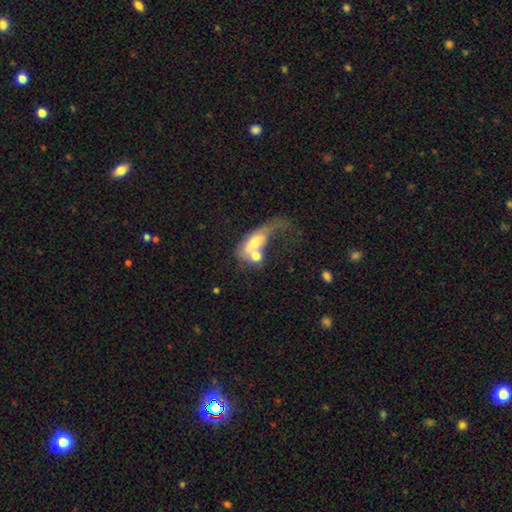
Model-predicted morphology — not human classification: A smooth galaxy with no disk features (54%) that is in between round and cigar-shaped (69%). Merging: merger (57%).